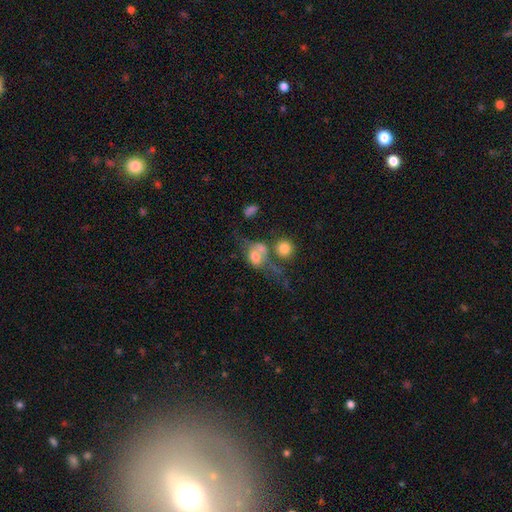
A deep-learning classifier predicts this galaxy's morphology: Overall: smooth (61%; featured or disk 27%). How rounded: in between (60%; round 37%). Merging: merger (49%; none 21%).